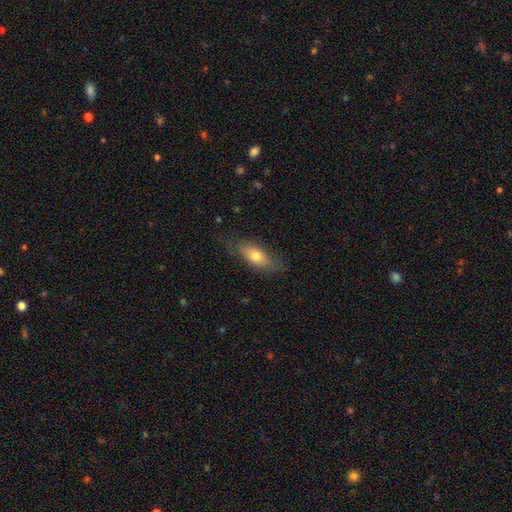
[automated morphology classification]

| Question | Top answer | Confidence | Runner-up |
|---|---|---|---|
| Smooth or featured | smooth | 66% | featured or disk (28%) |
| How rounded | in between | 73% | cigar-shaped (24%) |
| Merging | none | 74% | minor disturbance (19%) |